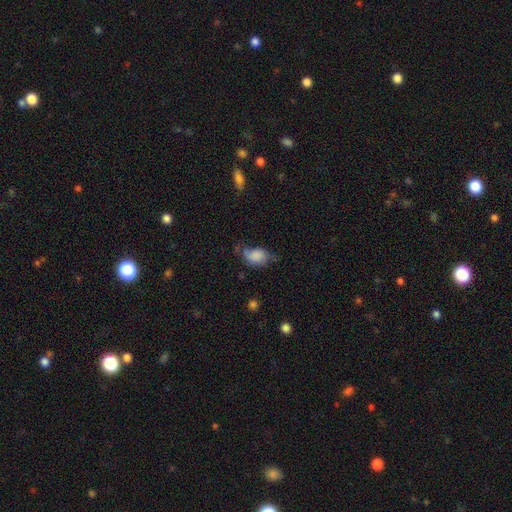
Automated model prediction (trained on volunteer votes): Smooth or featured: smooth — 75% (featured or disk — 16%)
How rounded: in between — 80% (round — 19%)
Merging: minor disturbance — 36% (tied with none — 36%)